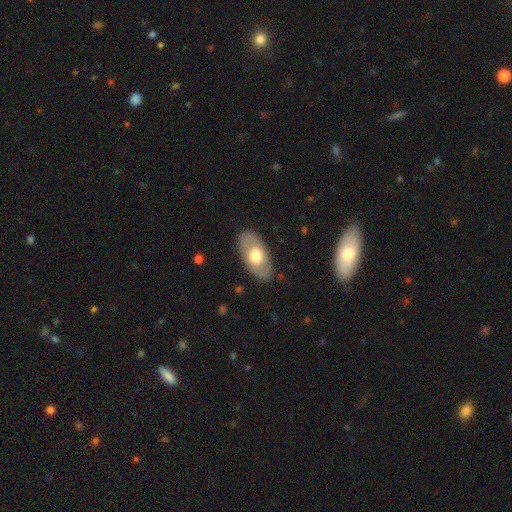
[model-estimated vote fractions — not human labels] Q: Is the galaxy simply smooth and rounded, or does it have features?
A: smooth — 58%.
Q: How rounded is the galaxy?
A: in between — 93%.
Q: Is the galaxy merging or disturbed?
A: none — 84%.